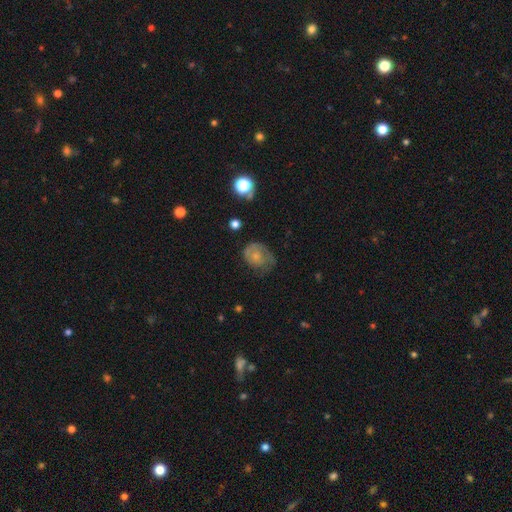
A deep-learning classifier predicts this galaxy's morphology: Smooth or featured: smooth — 52% (featured or disk — 38%)
How rounded: round — 50% (in between — 49%)
Merging: none — 41% (minor disturbance — 32%)